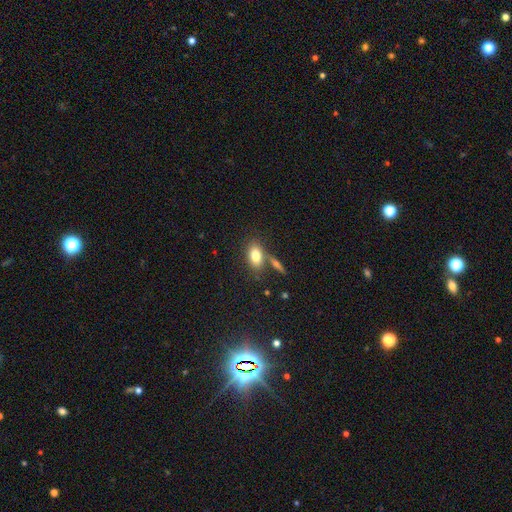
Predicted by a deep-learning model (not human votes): smooth 79%, featured or disk 13%, star or artifact 9%. Down the decision tree: how rounded — in between (85%); merging — none (63%).